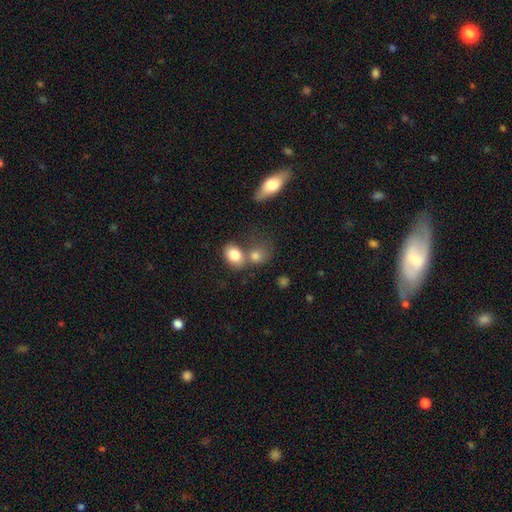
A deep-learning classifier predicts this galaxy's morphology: smooth-or-featured: smooth: 79% | featured or disk: 11% | star or artifact: 10%
  how-rounded: in between: 52% | round: 46% | cigar-shaped: 2%
  merging: merger: 46% | none: 37% | minor disturbance: 11% | major disturbance: 7%